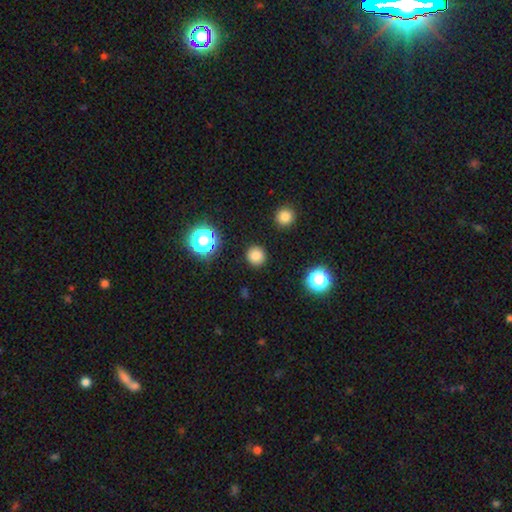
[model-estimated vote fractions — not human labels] Q: Smooth or featured?
A: smooth (82%); runner-up: star or artifact (14%)
Q: How rounded?
A: round (93%); runner-up: in between (6%)
Q: Merging?
A: none (90%); runner-up: minor disturbance (6%)